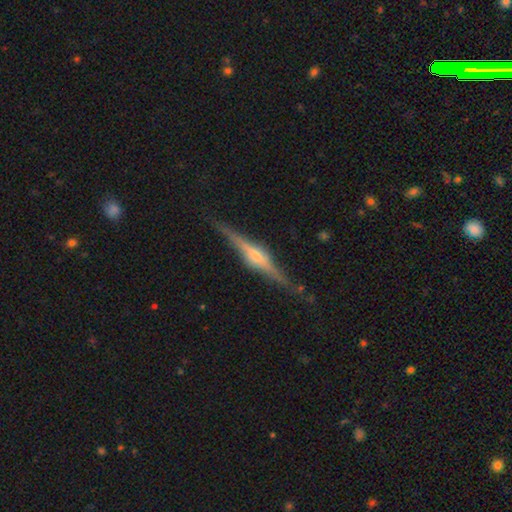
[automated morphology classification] Q: Smooth or featured?
A: featured or disk (83%); runner-up: smooth (11%)
Q: Edge-on disk?
A: yes (98%); runner-up: no (2%)
Q: Edge-on bulge?
A: rounded (80%); runner-up: boxy (14%)
Q: Merging?
A: none (87%); runner-up: minor disturbance (9%)